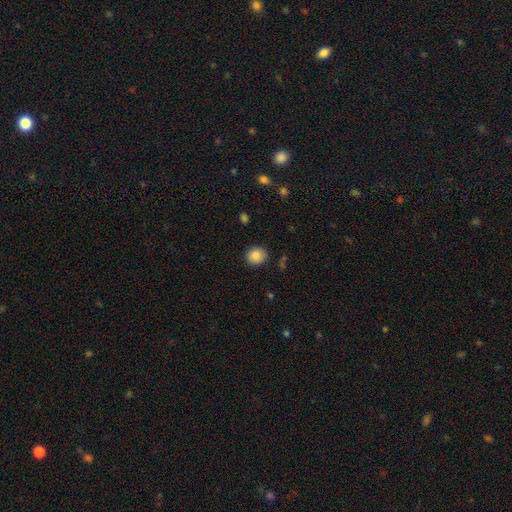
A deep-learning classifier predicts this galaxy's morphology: A smooth galaxy with no disk features (86%) that is round (80%). Merging: none (88%).